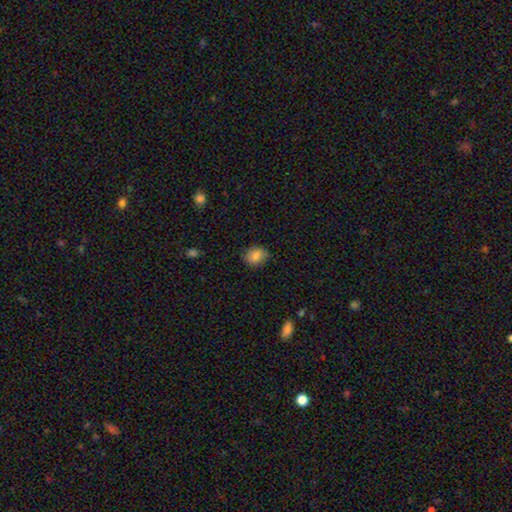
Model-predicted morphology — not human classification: smooth-or-featured: smooth: 83% | star or artifact: 9% | featured or disk: 8%
  how-rounded: round: 56% | in between: 43% | cigar-shaped: 1%
  merging: none: 81% | minor disturbance: 15% | major disturbance: 3% | merger: 1%